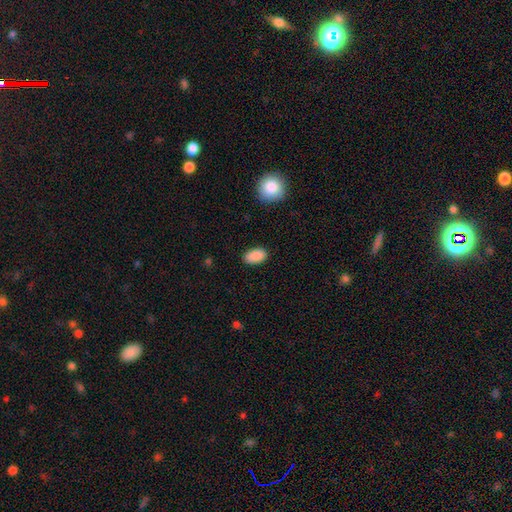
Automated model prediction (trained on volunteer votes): A smooth galaxy with no disk features (89%) that is in between round and cigar-shaped (93%). Merging: none (86%).